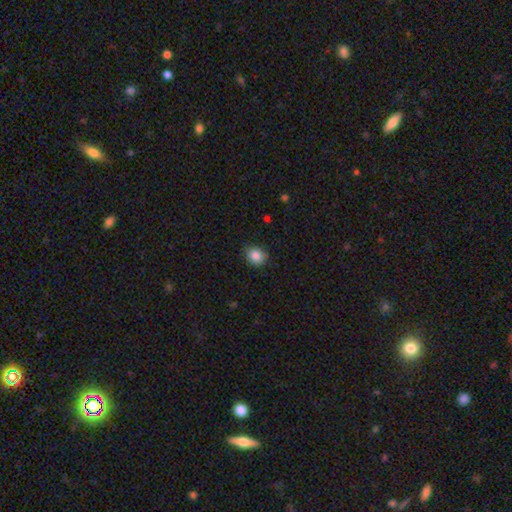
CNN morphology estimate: Smooth or featured: smooth — 85% (star or artifact — 10%)
How rounded: round — 76% (in between — 23%)
Merging: none — 84% (minor disturbance — 13%)